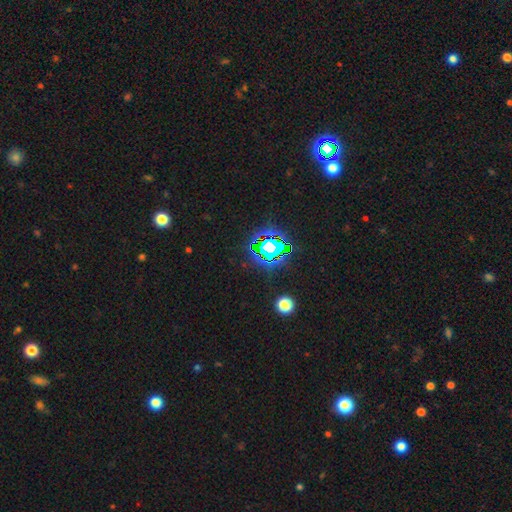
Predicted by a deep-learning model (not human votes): Q: Smooth or featured?
A: star or artifact (80%); runner-up: smooth (12%)